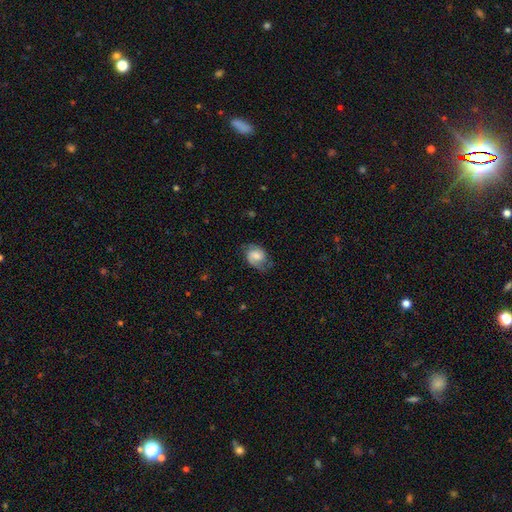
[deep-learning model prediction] Smooth or featured?
  - featured or disk: 61% *
  - smooth: 32%
  - star or artifact: 8%
Edge-on disk?
  - no: 97% *
  - yes: 3%
Bar?
  - no: 47% *
  - weak: 43%
  - strong: 10%
Spiral arms?
  - yes: 91% *
  - no: 9%
Spiral winding?
  - medium: 47% *
  - loose: 27%
  - tight: 26%
Spiral arm count?
  - 2: 82% *
  - can't tell: 7%
  - 1: 7%
  - 3: 1%
  - 4: 1%
  - more than 4: 1%
Bulge size?
  - moderate: 38% *
  - small: 26%
  - large: 19%
  - none: 14%
  - dominant: 3%
Merging?
  - none: 65% *
  - minor disturbance: 23%
  - major disturbance: 11%
  - merger: 1%